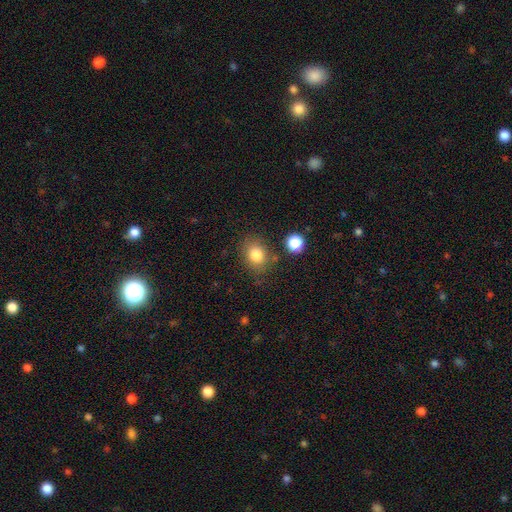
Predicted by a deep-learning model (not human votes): smooth_or_featured: smooth (p=0.82) [alt: star or artifact p=0.10]
how_rounded: in between (p=0.51) [alt: round p=0.47]
merging: none (p=0.76) [alt: minor disturbance p=0.14]